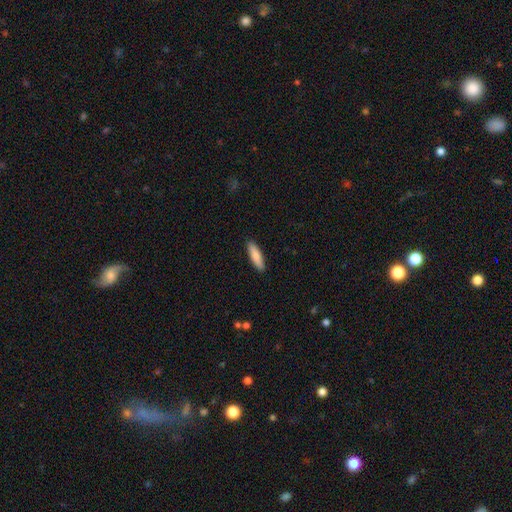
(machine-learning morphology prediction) Smooth or featured? Predicted: smooth (p=0.84). How rounded? Predicted: cigar-shaped (p=0.66). Merging? Predicted: none (p=0.90).